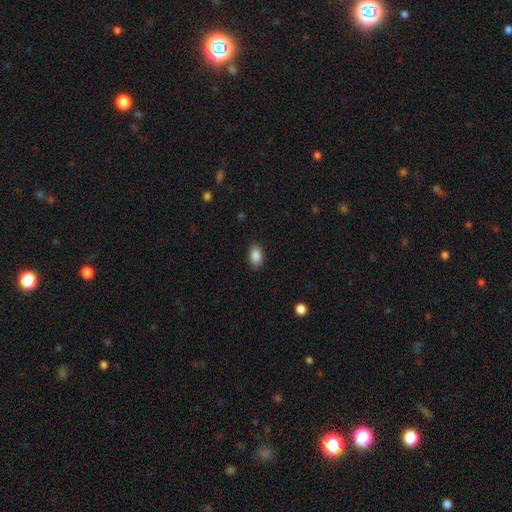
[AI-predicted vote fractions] A smooth galaxy with no disk features (88%) that is in between round and cigar-shaped (89%).

Vote fractions:
- Smooth or featured? smooth: 88% / star or artifact: 8% / featured or disk: 4%
- How rounded? in between: 89% / round: 10% / cigar-shaped: 1%
- Merging? none: 88% / minor disturbance: 9% / major disturbance: 2% / merger: 1%